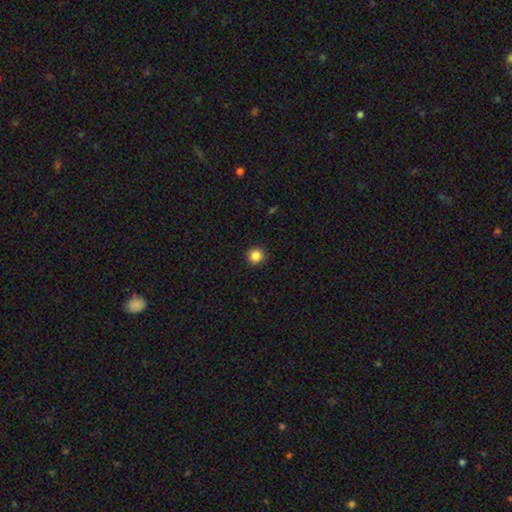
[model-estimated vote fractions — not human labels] Smooth or featured? Predicted: smooth (p=0.86). How rounded? Predicted: round (p=0.94). Merging? Predicted: none (p=0.92).